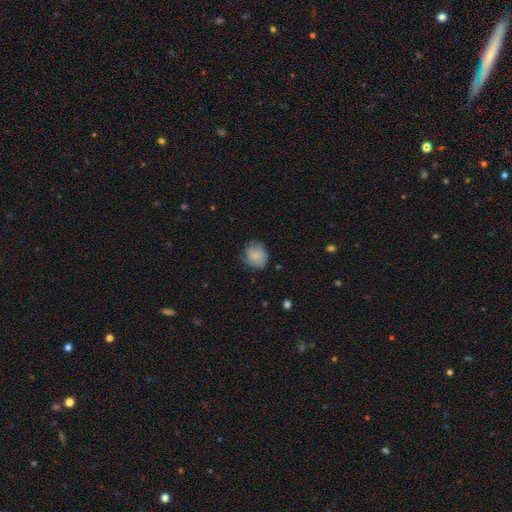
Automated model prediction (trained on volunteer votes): Morphology: type=smooth (78%); roundness=round (74%); merging=none (67%).